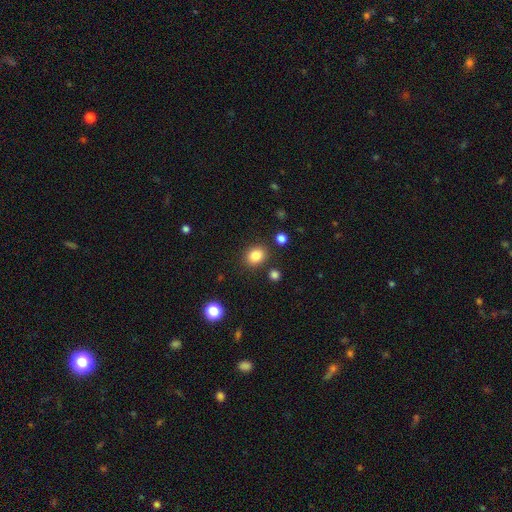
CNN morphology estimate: smooth_or_featured: smooth (p=0.84) [alt: star or artifact p=0.11]
how_rounded: round (p=0.59) [alt: in between p=0.40]
merging: none (p=0.85) [alt: minor disturbance p=0.09]